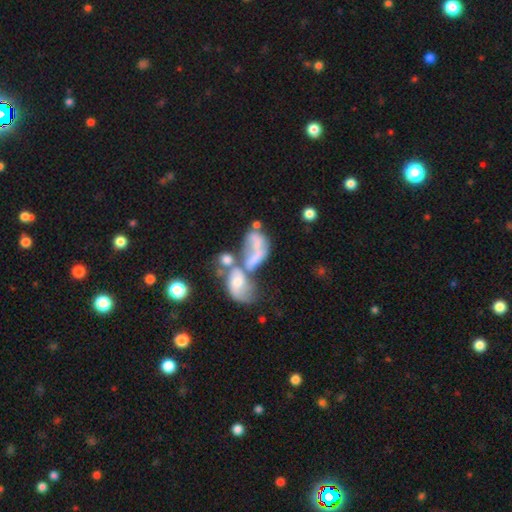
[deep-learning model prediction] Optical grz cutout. It shows a featured or disk galaxy (47%). Merging: merger (68%).